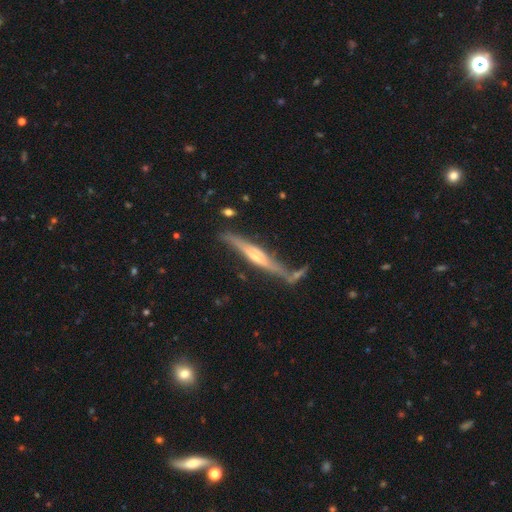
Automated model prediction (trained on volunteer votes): smooth_or_featured: featured or disk (p=0.73) [alt: smooth p=0.21]
disk_edge_on: yes (p=0.92) [alt: no p=0.08]
edge_on_bulge: rounded (p=0.70) [alt: none p=0.18]
merging: none (p=0.65) [alt: minor disturbance p=0.19]